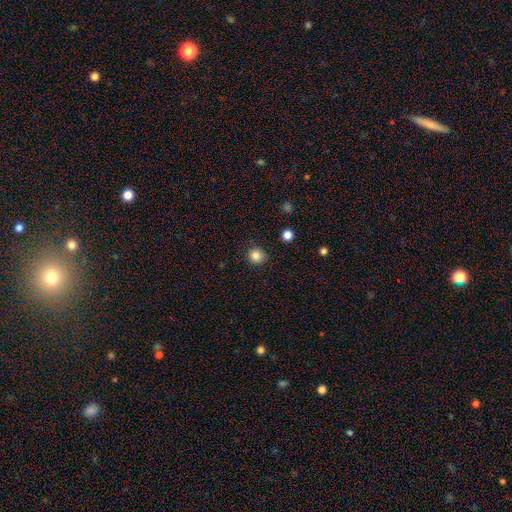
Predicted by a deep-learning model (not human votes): smooth-or-featured: smooth: 85% | star or artifact: 12% | featured or disk: 4%
  how-rounded: round: 92% | in between: 7% | cigar-shaped: 1%
  merging: none: 88% | minor disturbance: 8% | major disturbance: 2% | merger: 1%